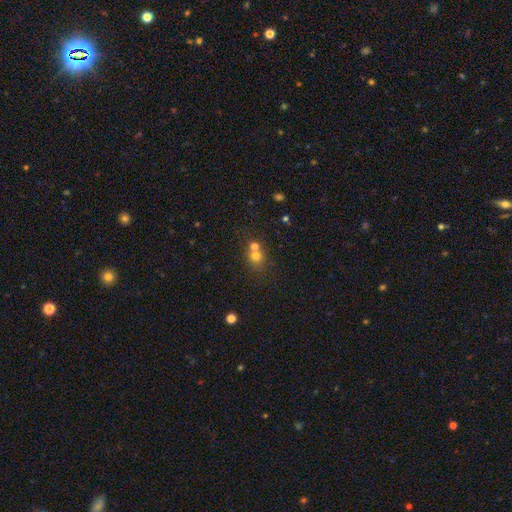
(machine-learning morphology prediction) The model was most divided on "merging": merger: 50%, none: 40%, minor disturbance: 7%, major disturbance: 3%. More confident: how rounded — round (76%); smooth or featured — smooth (69%).